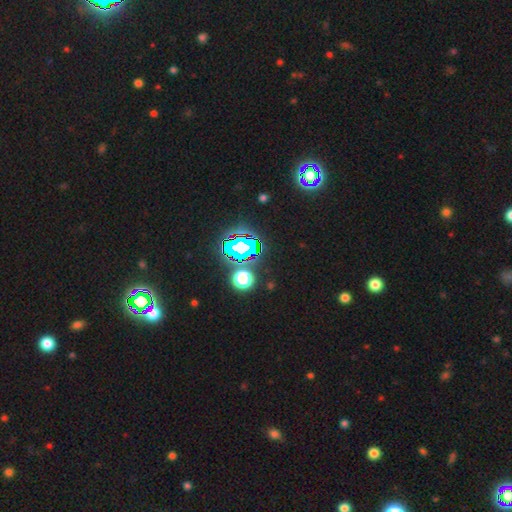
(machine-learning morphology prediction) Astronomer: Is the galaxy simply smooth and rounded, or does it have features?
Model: star or artifact — 81%.